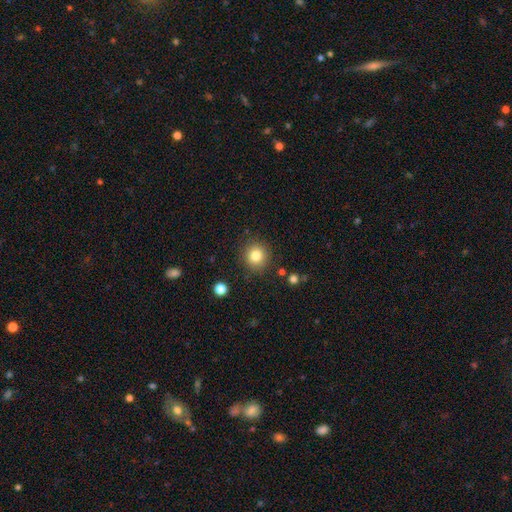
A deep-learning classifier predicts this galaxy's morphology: type=smooth (81%); roundness=round (91%); merging=none (88%).